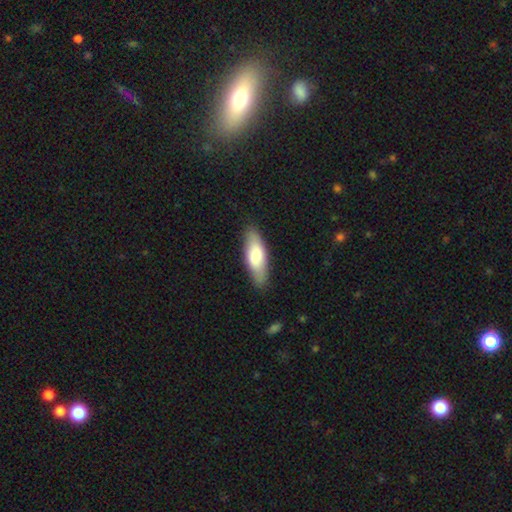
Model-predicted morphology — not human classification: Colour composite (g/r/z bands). It shows a smooth galaxy with no disk features (74%) that is in between round and cigar-shaped (62%). Merging: none (85%).